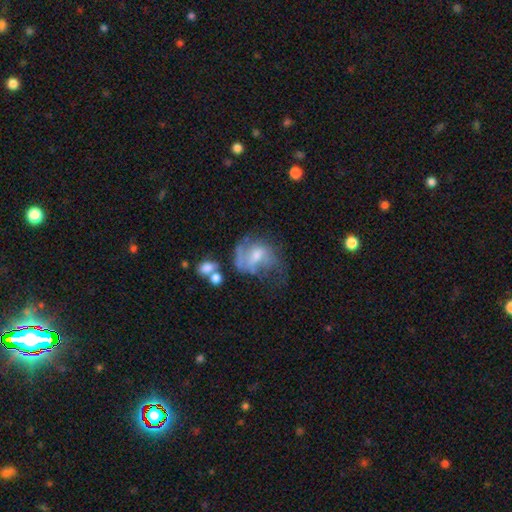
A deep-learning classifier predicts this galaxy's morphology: smooth-or-featured: featured or disk: 63% | smooth: 26% | star or artifact: 10%
  disk-edge-on: no: 97% | yes: 3%
    bar: no: 46% | weak: 43% | strong: 11%
    has-spiral-arms: yes: 70% | no: 30%
    bulge-size: moderate: 44% | small: 36% | none: 12% | large: 6% | dominant: 1%
  merging: major disturbance: 38% | none: 31% | minor disturbance: 22% | merger: 9%